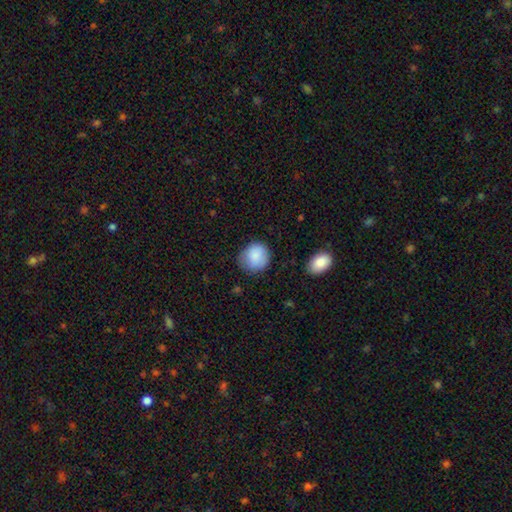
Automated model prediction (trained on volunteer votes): Smooth or featured? smooth (86%)
How rounded? round (85%)
Merging? none (75%)